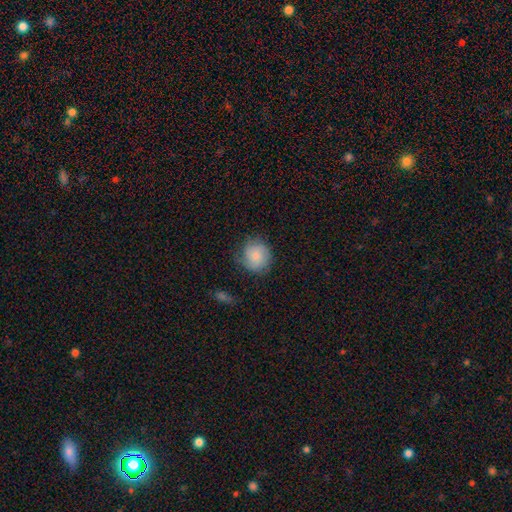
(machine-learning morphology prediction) type=smooth (78%); roundness=round (85%); merging=none (67%).